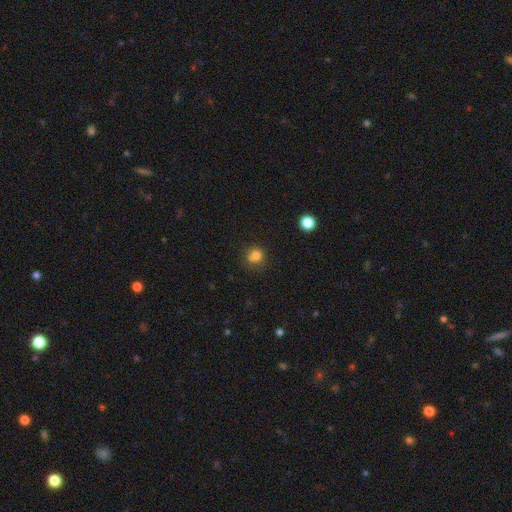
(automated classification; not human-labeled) Overall: smooth (76%). How rounded: round (81%). Merging: none (55%; merger 25%).